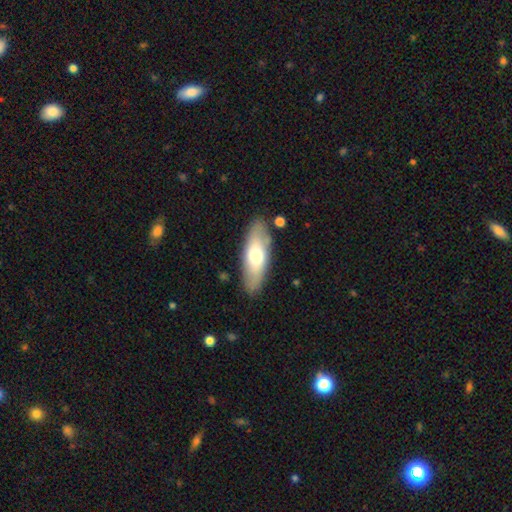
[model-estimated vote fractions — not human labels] smooth 62%, featured or disk 32%, star or artifact 6%. Down the decision tree: how rounded — in between (68%); merging — none (82%).